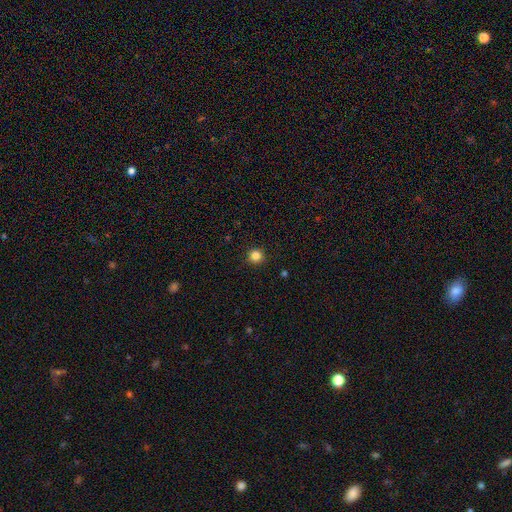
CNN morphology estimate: smooth-or-featured: smooth: 83% | star or artifact: 13% | featured or disk: 4%
  how-rounded: round: 95% | in between: 4% | cigar-shaped: 1%
  merging: none: 92% | minor disturbance: 5% | major disturbance: 2% | merger: 1%